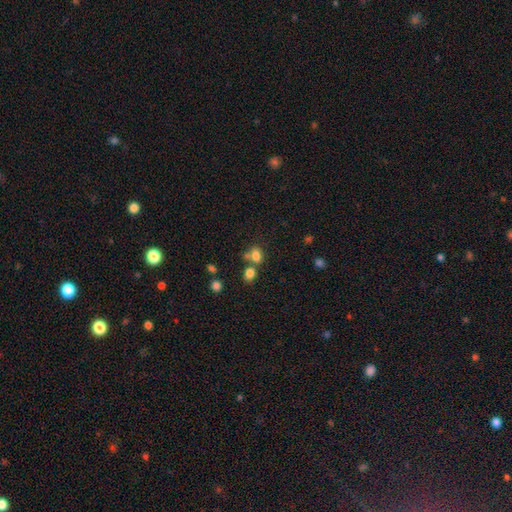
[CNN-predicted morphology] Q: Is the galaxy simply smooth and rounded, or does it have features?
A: smooth — 78%.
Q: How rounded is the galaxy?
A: in between — 62%.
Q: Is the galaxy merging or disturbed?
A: none — 45%.